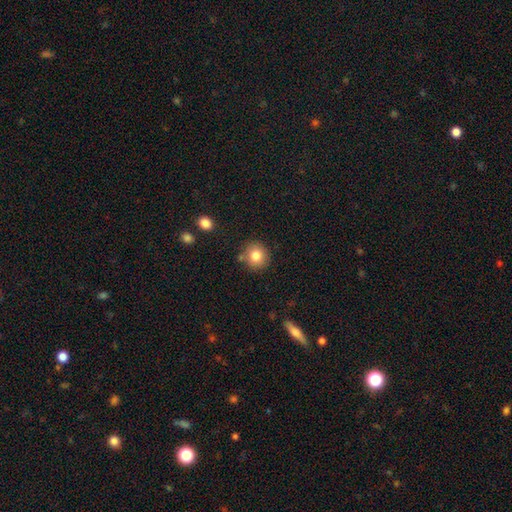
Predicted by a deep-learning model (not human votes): smooth_or_featured: smooth (p=0.80) [alt: star or artifact p=0.11]
how_rounded: round (p=0.87) [alt: in between p=0.12]
merging: none (p=0.82) [alt: minor disturbance p=0.10]